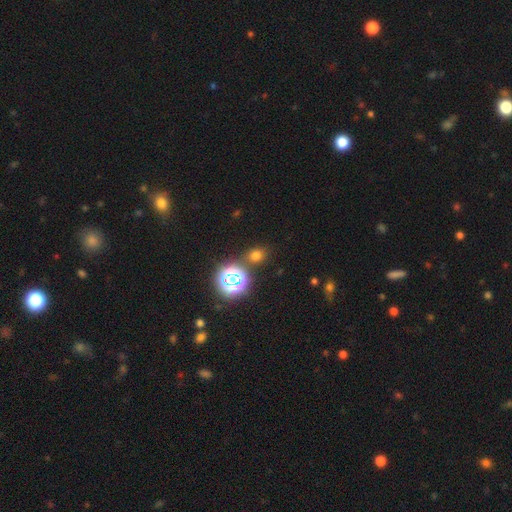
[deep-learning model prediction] smooth 63%, star or artifact 30%, featured or disk 7%. Down the decision tree: how rounded — round (64%); merging — none (79%).